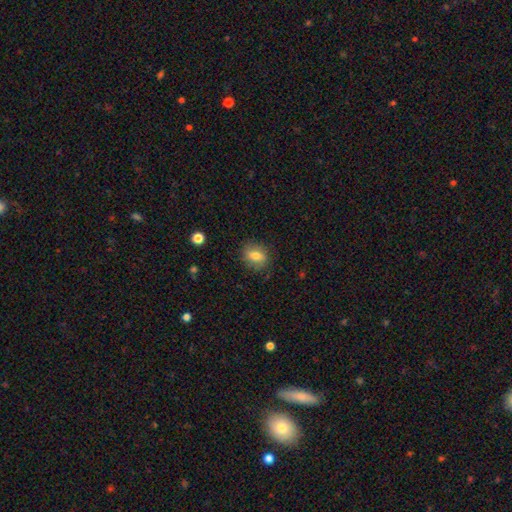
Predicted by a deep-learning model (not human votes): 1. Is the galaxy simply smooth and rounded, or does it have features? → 74% smooth, 17% featured or disk, 9% star or artifact.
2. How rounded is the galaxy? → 50% in between, 48% round, 2% cigar-shaped.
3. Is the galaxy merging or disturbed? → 82% none, 13% minor disturbance, 4% major disturbance, 1% merger.